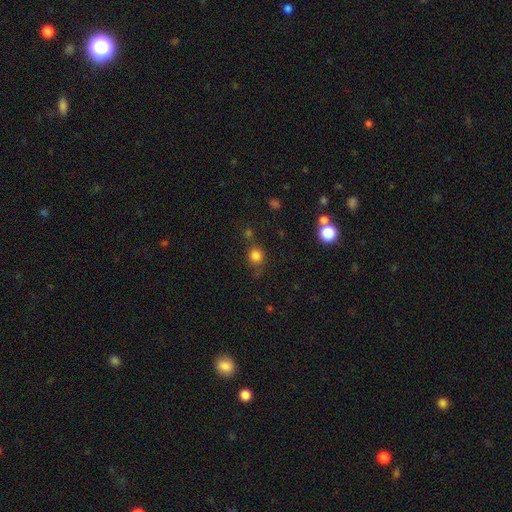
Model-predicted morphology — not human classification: Smooth or featured? smooth (81%)
How rounded? round (87%)
Merging? none (70%)